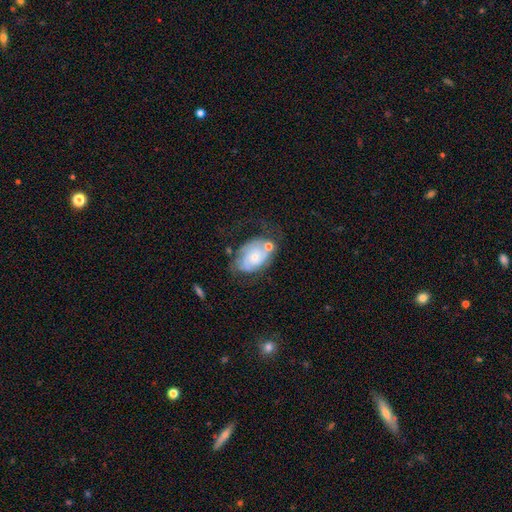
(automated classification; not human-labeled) smooth_or_featured: featured or disk (p=0.64) [alt: smooth p=0.28]
disk_edge_on: no (p=0.96) [alt: yes p=0.04]
bar: no (p=0.78) [alt: weak p=0.18]
has_spiral_arms: yes (p=0.81) [alt: no p=0.19]
spiral_winding: tight (p=0.52) [alt: medium p=0.33]
spiral_arm_count: can't tell (p=0.41) [alt: 2 p=0.35]
bulge_size: small (p=0.63) [alt: moderate p=0.30]
merging: none (p=0.41) [alt: minor disturbance p=0.25]